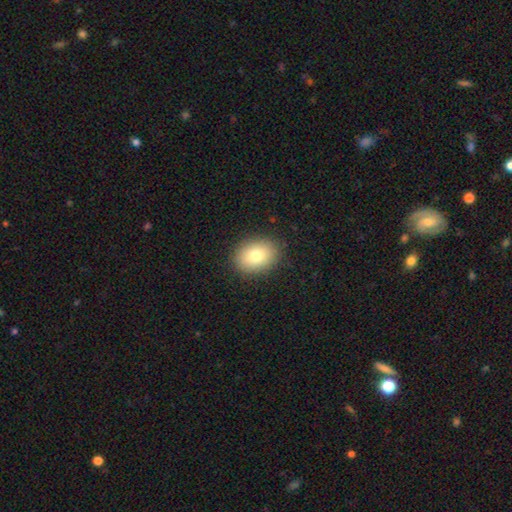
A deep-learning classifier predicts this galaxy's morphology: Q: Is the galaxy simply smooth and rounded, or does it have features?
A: smooth — 77%.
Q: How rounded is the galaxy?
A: in between — 56%.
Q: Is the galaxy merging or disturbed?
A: none — 89%.